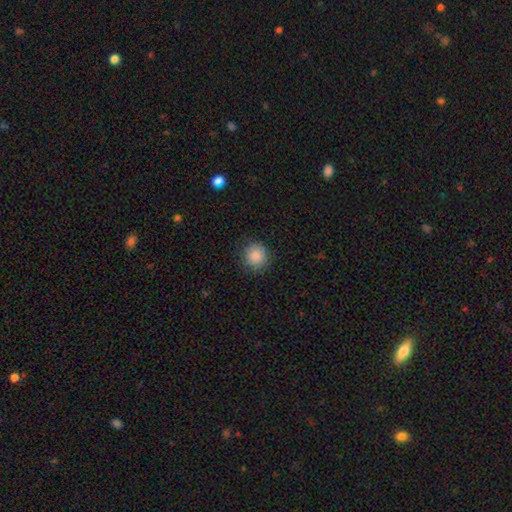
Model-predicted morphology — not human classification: Smooth or featured?
  - smooth: 87% *
  - star or artifact: 9%
  - featured or disk: 4%
How rounded?
  - round: 91% *
  - in between: 8%
  - cigar-shaped: 1%
Merging?
  - none: 88% *
  - minor disturbance: 9%
  - major disturbance: 3%
  - merger: 1%